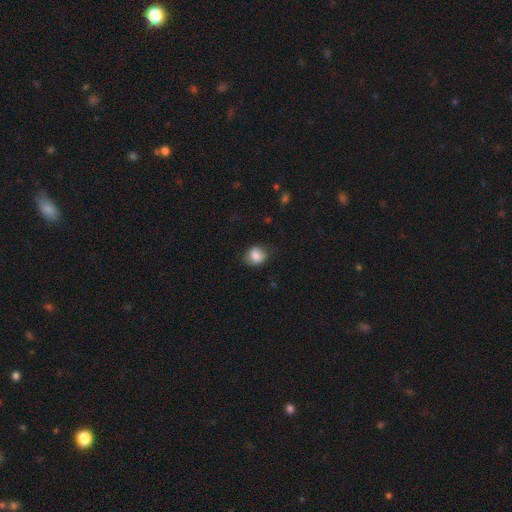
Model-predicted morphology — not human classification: Smooth or featured? Predicted: smooth (p=0.83). How rounded? Predicted: round (p=0.67). Merging? Predicted: none (p=0.74).